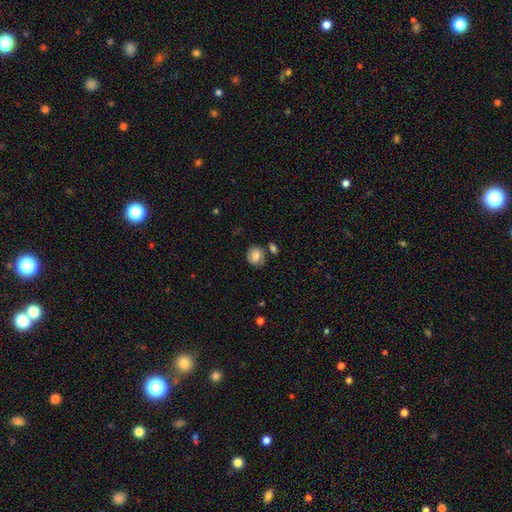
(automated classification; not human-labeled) Overall: smooth (68%). How rounded: round (71%). Merging: none (69%).